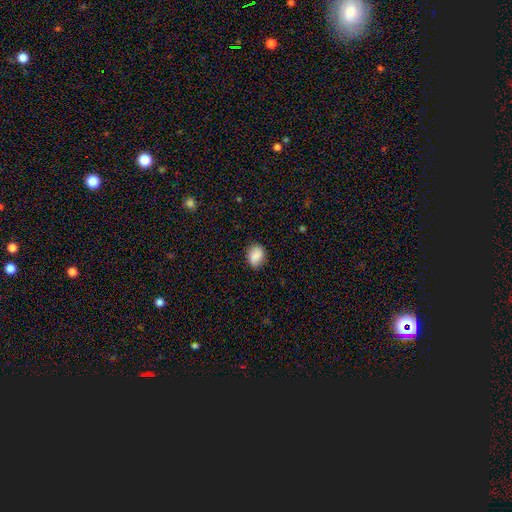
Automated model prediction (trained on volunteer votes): This appears to be a smooth galaxy with no disk features (87%) that is in between round and cigar-shaped (65%). Merging: none (82%).